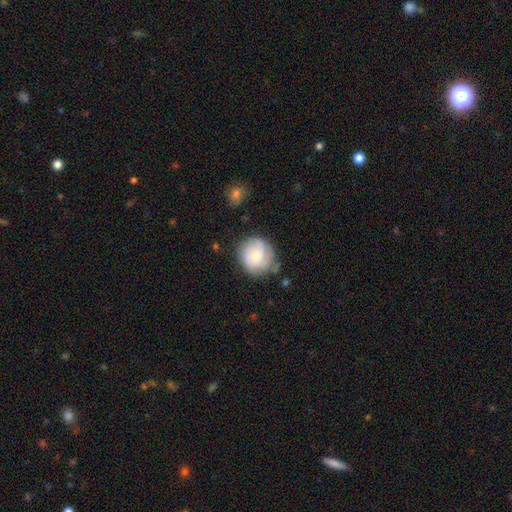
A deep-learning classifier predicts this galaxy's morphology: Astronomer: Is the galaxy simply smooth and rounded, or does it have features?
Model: smooth — 53% (runner-up: featured or disk, 40%).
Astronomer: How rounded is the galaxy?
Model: round — 86%.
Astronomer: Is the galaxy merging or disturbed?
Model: none — 69%.